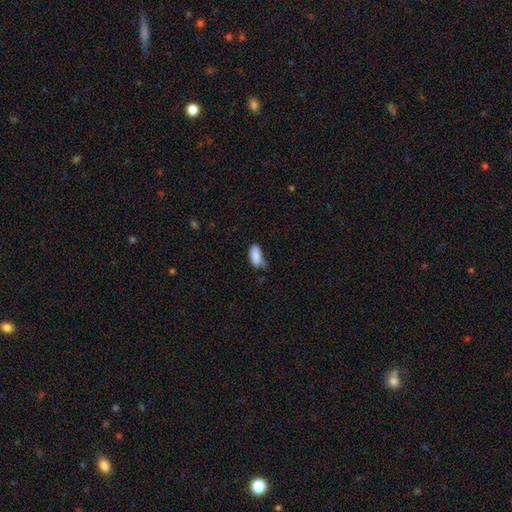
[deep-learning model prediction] Smooth or featured? smooth (87%)
How rounded? in between (91%)
Merging? none (46%)